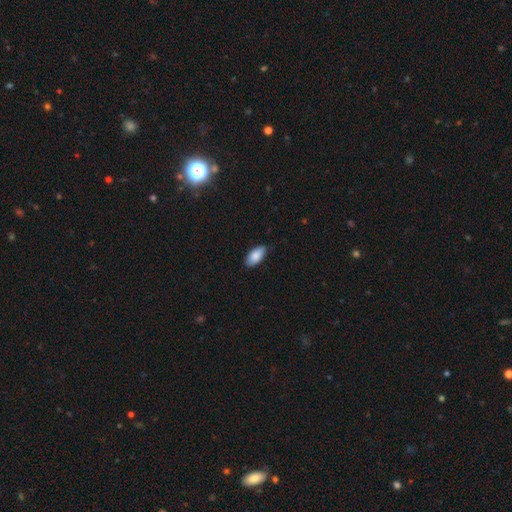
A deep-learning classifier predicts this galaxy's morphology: A smooth galaxy with no disk features (87%) that is in between round and cigar-shaped (93%). Merging: none (81%).